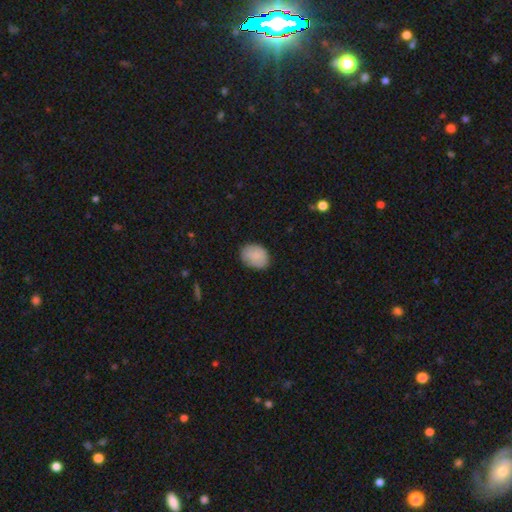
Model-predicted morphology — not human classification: Smooth or featured? Predicted: smooth (p=0.85). How rounded? Predicted: in between (p=0.64). Merging? Predicted: none (p=0.78).